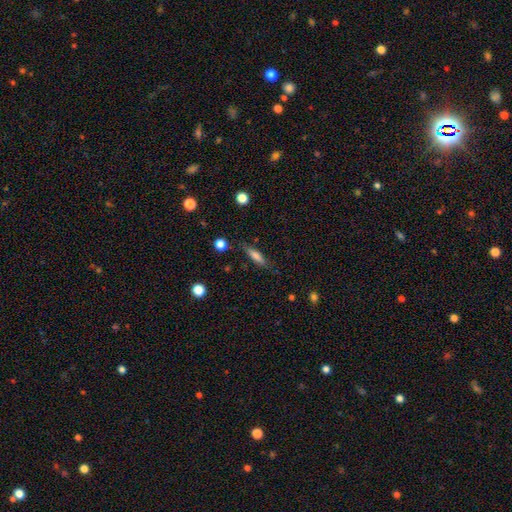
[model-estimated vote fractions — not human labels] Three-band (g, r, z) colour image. It shows a smooth galaxy with no disk features (68%) that is cigar-shaped (70%). Merging: none (78%).